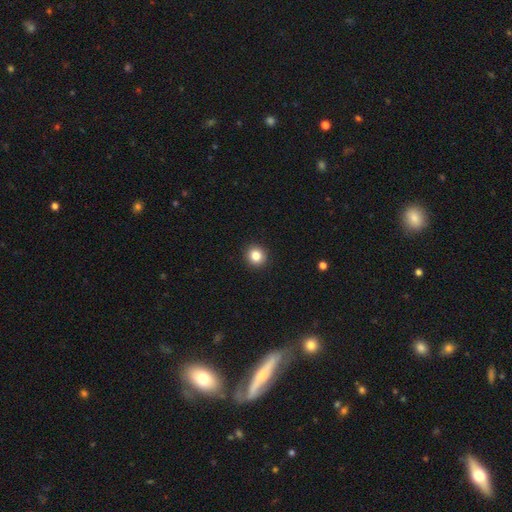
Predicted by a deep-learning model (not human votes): Q: Smooth or featured?
A: smooth (84%); runner-up: star or artifact (11%)
Q: How rounded?
A: round (92%); runner-up: in between (8%)
Q: Merging?
A: none (93%); runner-up: minor disturbance (4%)